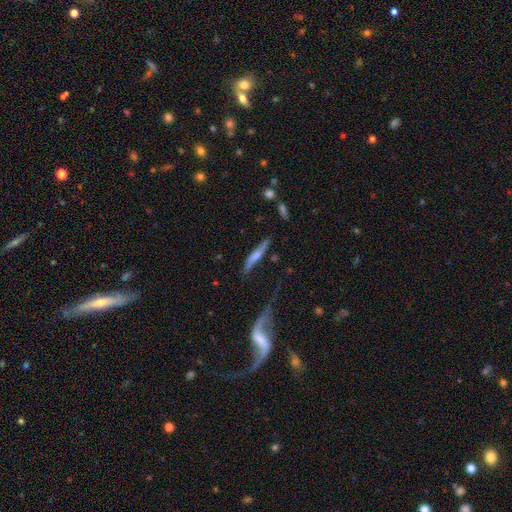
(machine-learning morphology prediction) Smooth or featured? featured or disk (52%)
Edge-on disk? yes (72%)
Merging? none (56%)